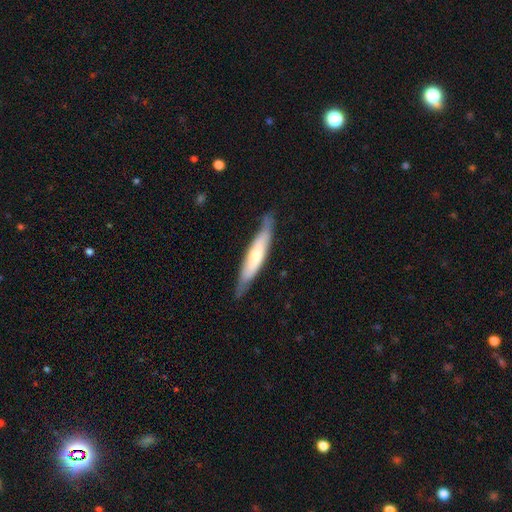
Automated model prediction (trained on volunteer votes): Smooth or featured: featured or disk — 52% (smooth — 42%)
Edge-on disk: yes — 80% (no — 20%)
Merging: none — 80% (minor disturbance — 16%)